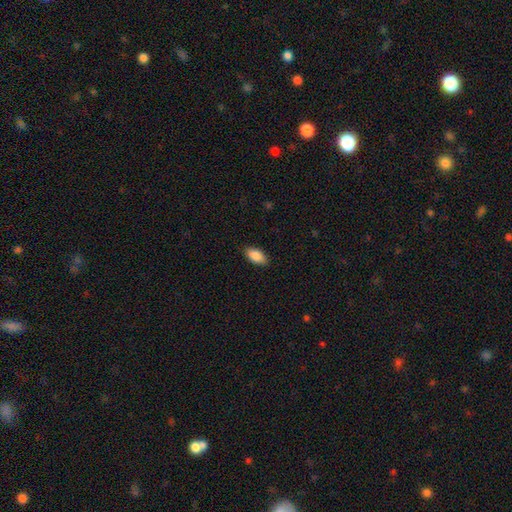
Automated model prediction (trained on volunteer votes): Smooth or featured?
  - smooth: 88% *
  - star or artifact: 6%
  - featured or disk: 5%
How rounded?
  - in between: 93% *
  - cigar-shaped: 4%
  - round: 3%
Merging?
  - none: 88% *
  - minor disturbance: 9%
  - major disturbance: 2%
  - merger: 1%